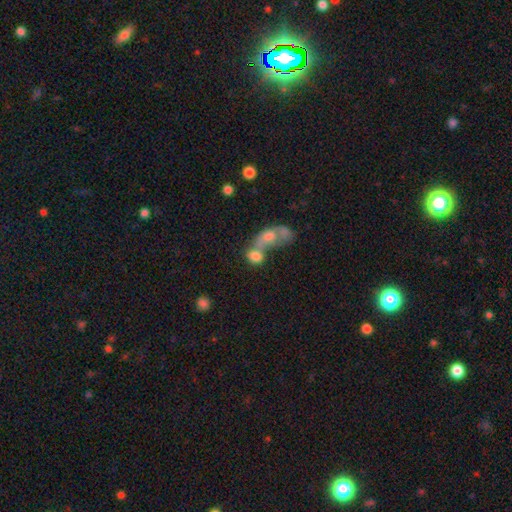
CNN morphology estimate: smooth 73%, featured or disk 16%, star or artifact 11%. Down the decision tree: how rounded — in between (58%); merging — merger (68%).